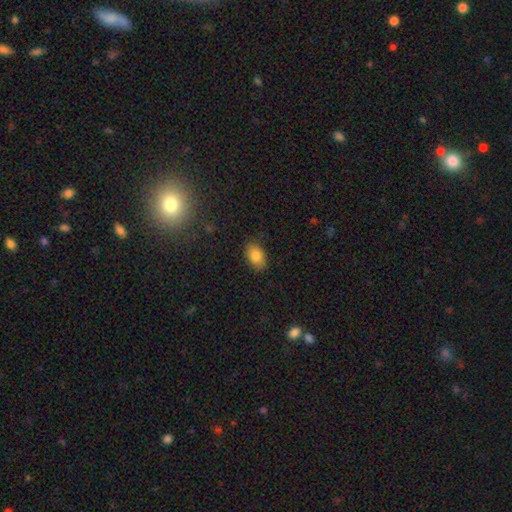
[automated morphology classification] type=smooth (84%); roundness=in between (90%); merging=none (85%).